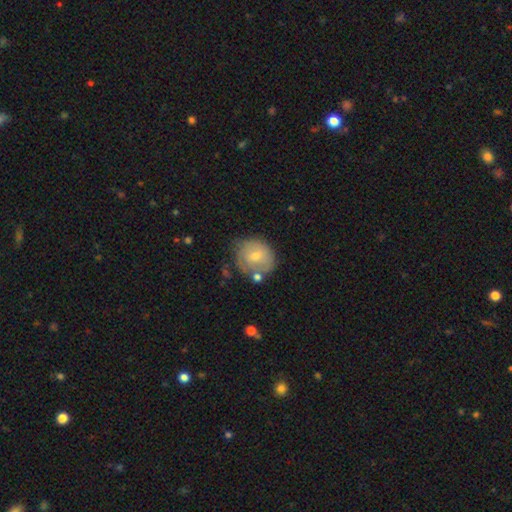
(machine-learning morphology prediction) A smooth galaxy with no disk features (55%) that is round (77%). Merging: none (57%).